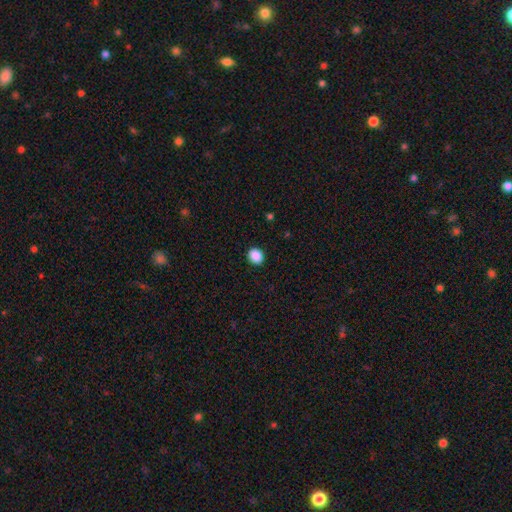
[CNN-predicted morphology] type=smooth (89%); roundness=round (65%); merging=none (91%).